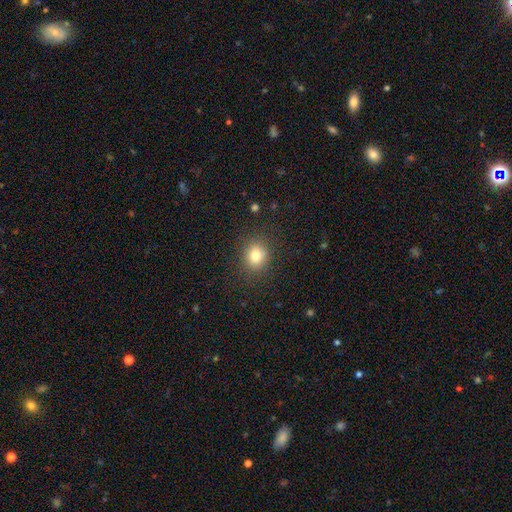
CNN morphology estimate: smooth_or_featured: smooth (p=0.80) [alt: star or artifact p=0.12]
how_rounded: round (p=0.67) [alt: in between p=0.32]
merging: none (p=0.87) [alt: minor disturbance p=0.08]